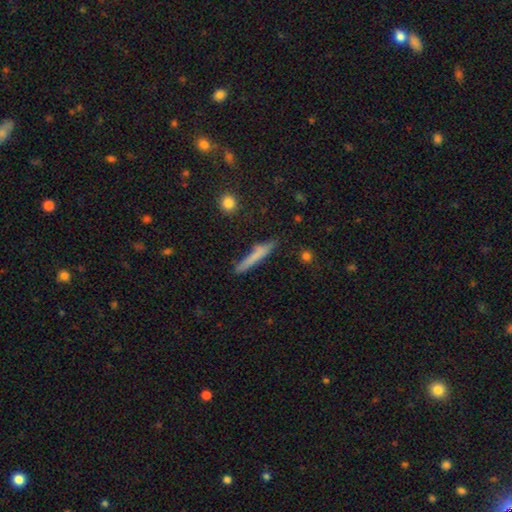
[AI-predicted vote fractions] This is likely a smooth galaxy (69%). How rounded: clearly cigar-shaped (94%). Merging: likely none (76%).